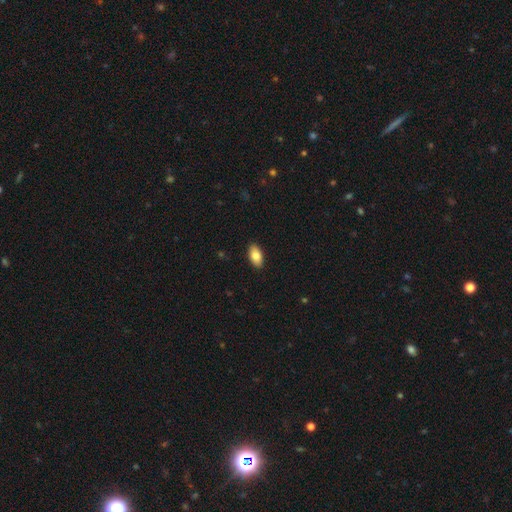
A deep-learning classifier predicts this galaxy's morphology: type=smooth (85%); roundness=in between (94%); merging=none (90%).